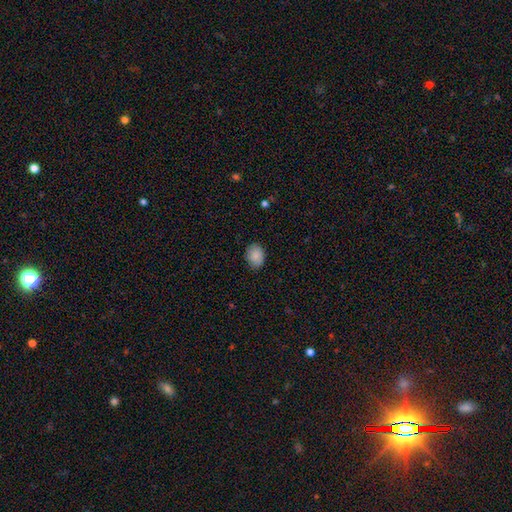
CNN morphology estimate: Smooth or featured?
  - smooth: 88% *
  - star or artifact: 8%
  - featured or disk: 4%
How rounded?
  - in between: 63% *
  - round: 36%
  - cigar-shaped: 1%
Merging?
  - none: 84% *
  - minor disturbance: 12%
  - major disturbance: 3%
  - merger: 1%